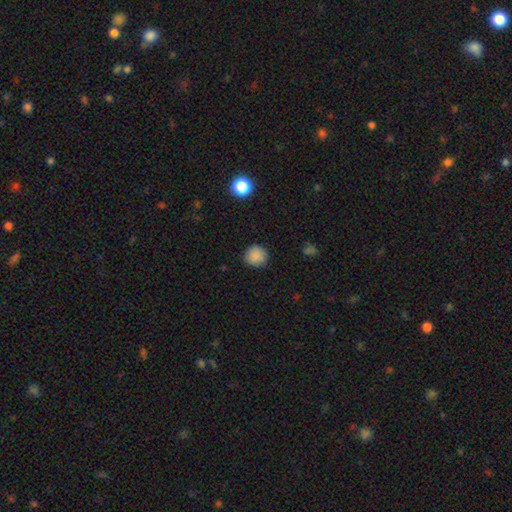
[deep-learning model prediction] Smooth or featured? smooth (87%)
How rounded? round (92%)
Merging? none (88%)